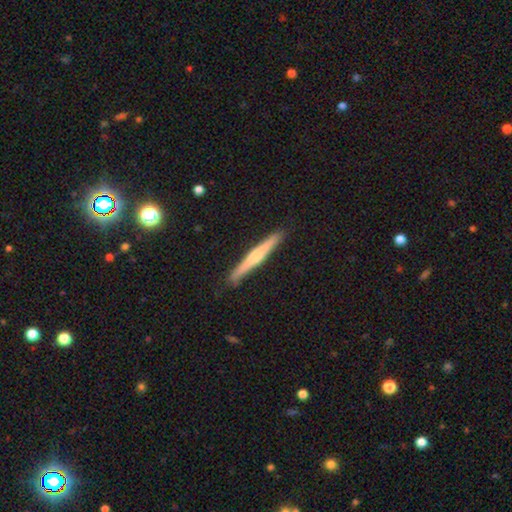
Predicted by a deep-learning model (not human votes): Smooth or featured?
  - featured or disk: 52% *
  - smooth: 42%
  - star or artifact: 6%
Edge-on disk?
  - yes: 98% *
  - no: 2%
Edge-on bulge?
  - rounded: 57% *
  - none: 30%
  - boxy: 12%
Merging?
  - none: 90% *
  - minor disturbance: 7%
  - major disturbance: 1%
  - merger: 1%